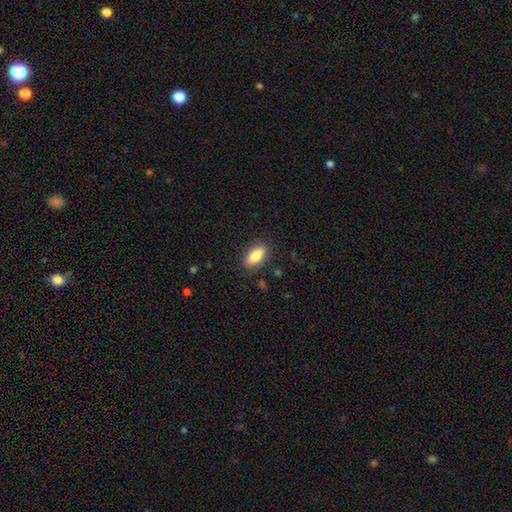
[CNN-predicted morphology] Smooth or featured: smooth — 82% (featured or disk — 11%)
How rounded: in between — 85% (cigar-shaped — 11%)
Merging: none — 85% (minor disturbance — 11%)